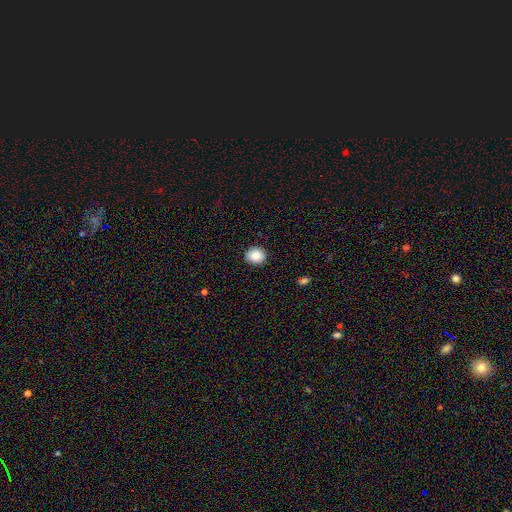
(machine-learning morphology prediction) Smooth or featured? Predicted: smooth (p=0.84). How rounded? Predicted: round (p=0.82). Merging? Predicted: none (p=0.89).